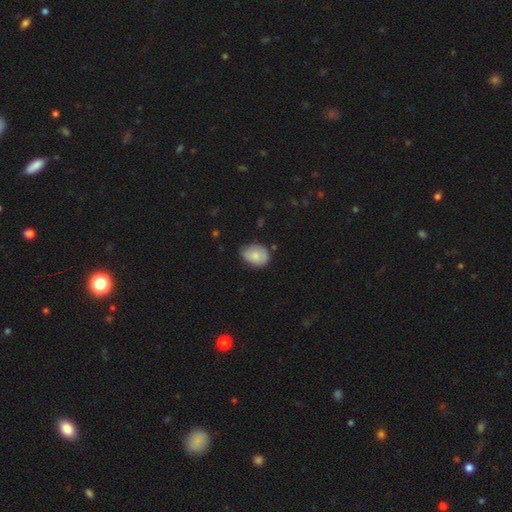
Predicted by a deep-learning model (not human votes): smooth_or_featured: smooth (p=0.74) [alt: featured or disk p=0.19]
how_rounded: in between (p=0.67) [alt: round p=0.32]
merging: none (p=0.56) [alt: minor disturbance p=0.35]